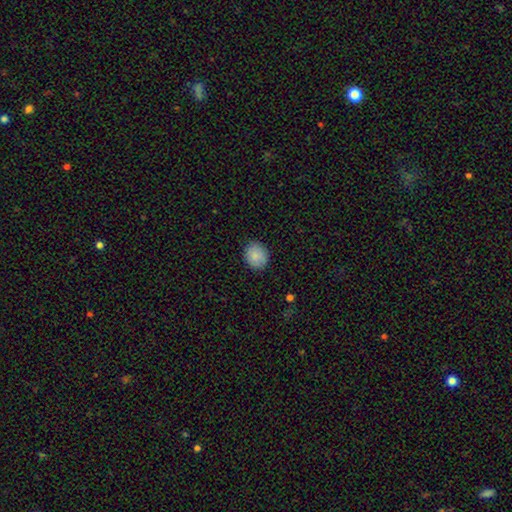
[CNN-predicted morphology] type=smooth (88%); roundness=round (69%); merging=none (87%).